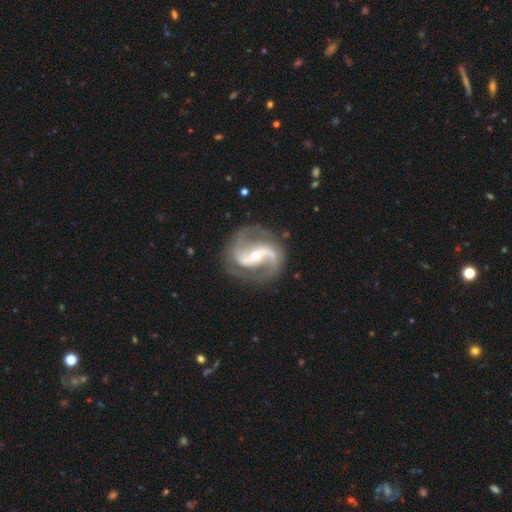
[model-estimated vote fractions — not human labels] Q: Smooth or featured?
A: featured or disk (92%); runner-up: star or artifact (5%)
Q: Edge-on disk?
A: no (98%); runner-up: yes (2%)
Q: Bar?
A: strong (43%); runner-up: weak (34%)
Q: Spiral arms?
A: yes (98%); runner-up: no (2%)
Q: Spiral winding?
A: medium (56%); runner-up: loose (27%)
Q: Spiral arm count?
A: 2 (92%); runner-up: 3 (2%)
Q: Bulge size?
A: small (53%); runner-up: moderate (44%)
Q: Merging?
A: none (81%); runner-up: minor disturbance (12%)